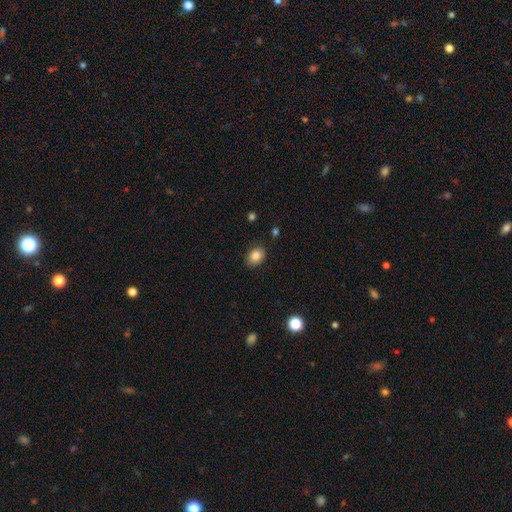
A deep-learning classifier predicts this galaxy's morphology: The model was most divided on "how rounded": in between: 69%, round: 30%, cigar-shaped: 1%. More confident: smooth or featured — smooth (85%); merging — none (85%).